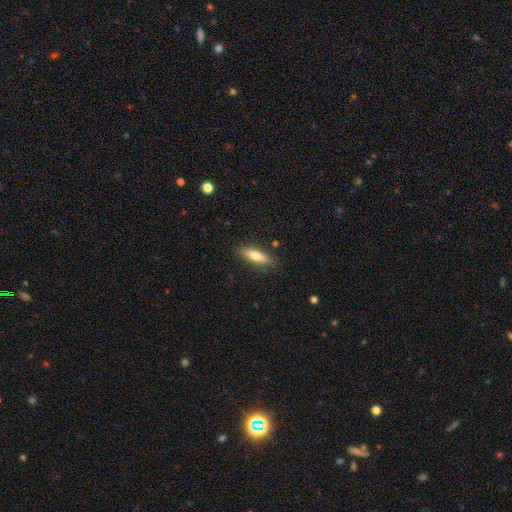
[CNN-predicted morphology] Smooth or featured? smooth (74%)
How rounded? cigar-shaped (56%)
Merging? none (86%)